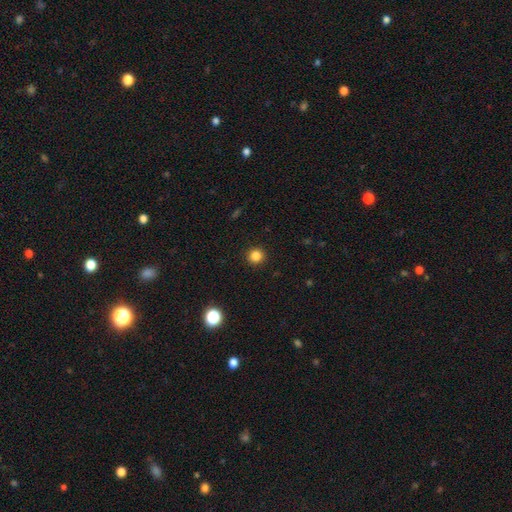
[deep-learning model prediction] Smooth or featured?
  - smooth: 84% *
  - star or artifact: 13%
  - featured or disk: 4%
How rounded?
  - round: 94% *
  - in between: 5%
  - cigar-shaped: 1%
Merging?
  - none: 93% *
  - minor disturbance: 5%
  - major disturbance: 2%
  - merger: 1%